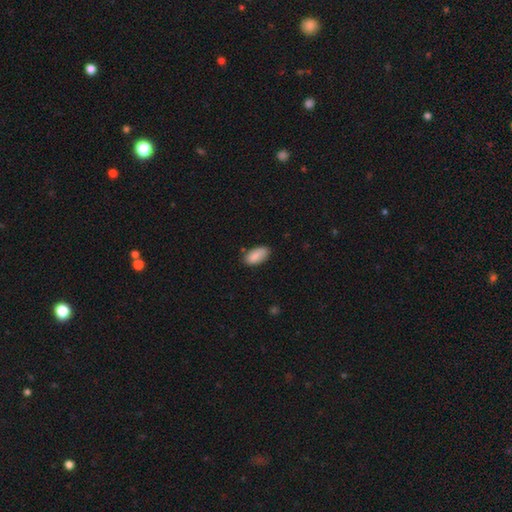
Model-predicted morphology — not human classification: smooth_or_featured: smooth (p=0.88) [alt: star or artifact p=0.07]
how_rounded: in between (p=0.92) [alt: cigar-shaped p=0.05]
merging: none (p=0.75) [alt: minor disturbance p=0.20]